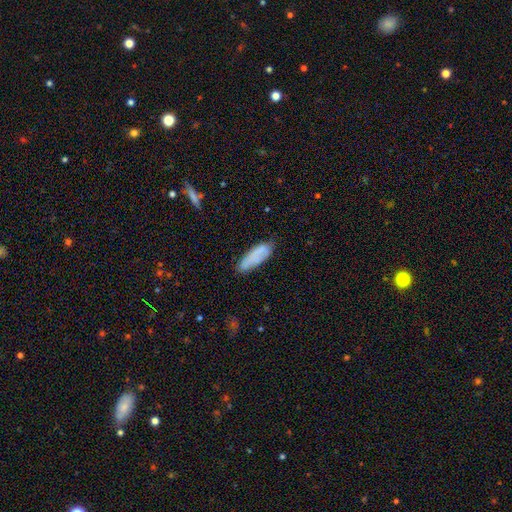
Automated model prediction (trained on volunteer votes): This is likely a smooth galaxy (77%). How rounded: possibly in between (56%). Merging: likely none (68%).